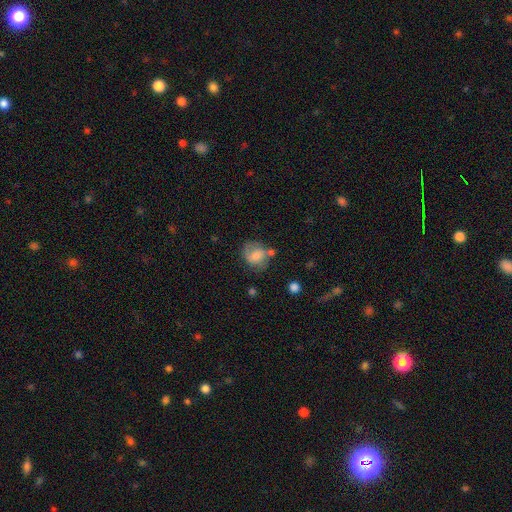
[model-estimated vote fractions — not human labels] A smooth galaxy with no disk features (59%) that is round (56%).

Vote fractions:
- Smooth or featured? smooth: 59% / featured or disk: 32% / star or artifact: 9%
- How rounded? round: 56% / in between: 42% / cigar-shaped: 1%
- Merging? none: 46% / minor disturbance: 26% / major disturbance: 15% / merger: 13%